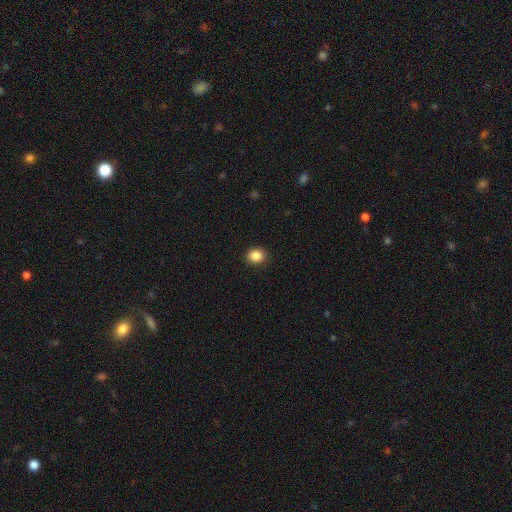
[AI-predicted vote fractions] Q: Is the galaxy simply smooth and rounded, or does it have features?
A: smooth — 86%.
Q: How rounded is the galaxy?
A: round — 70%.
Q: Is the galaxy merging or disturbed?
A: none — 91%.